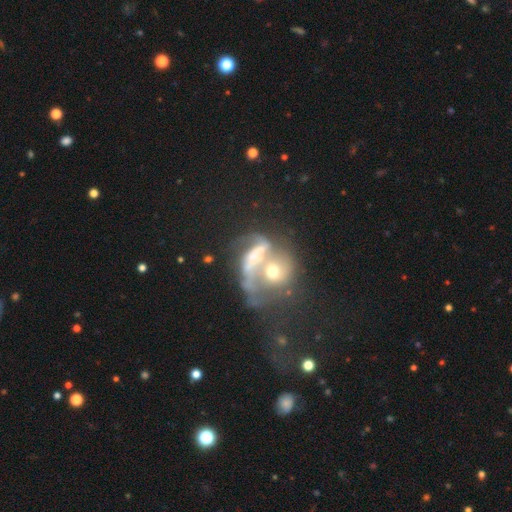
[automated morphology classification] Smooth or featured? Predicted: featured or disk (p=0.55). Edge-on disk? Predicted: no (p=0.95). Bar? Predicted: no (p=0.69). Spiral arms? Predicted: no (p=0.59). Bulge size? Predicted: moderate (p=0.44). Merging? Predicted: merger (p=0.58).